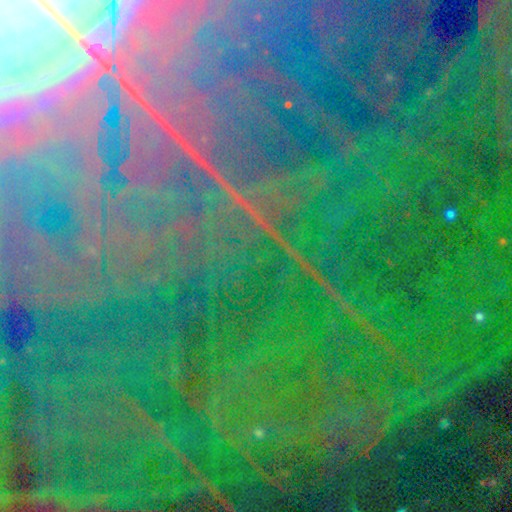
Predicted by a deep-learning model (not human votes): smooth-or-featured: star or artifact: 88% | featured or disk: 7% | smooth: 6%